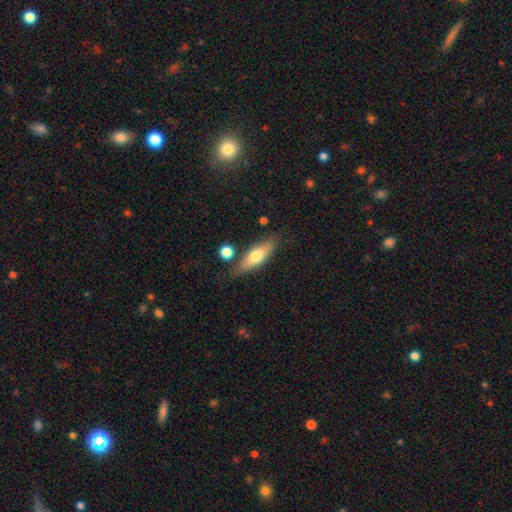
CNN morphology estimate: This appears to be a smooth galaxy with no disk features (60%) that is in between round and cigar-shaped (49%). Merging: none (75%).